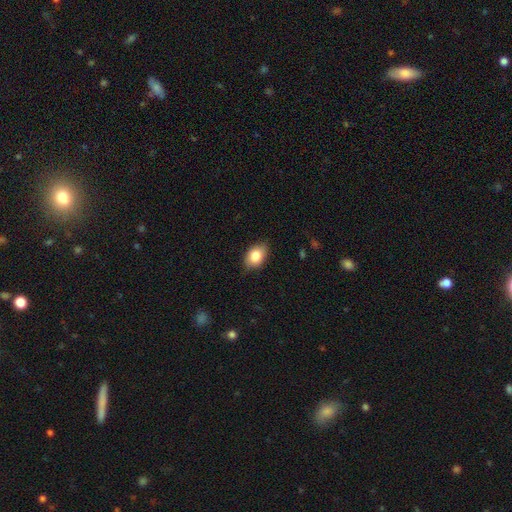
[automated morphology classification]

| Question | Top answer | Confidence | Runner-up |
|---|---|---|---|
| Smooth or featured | smooth | 83% | featured or disk (9%) |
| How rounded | in between | 82% | round (16%) |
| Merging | none | 80% | minor disturbance (16%) |